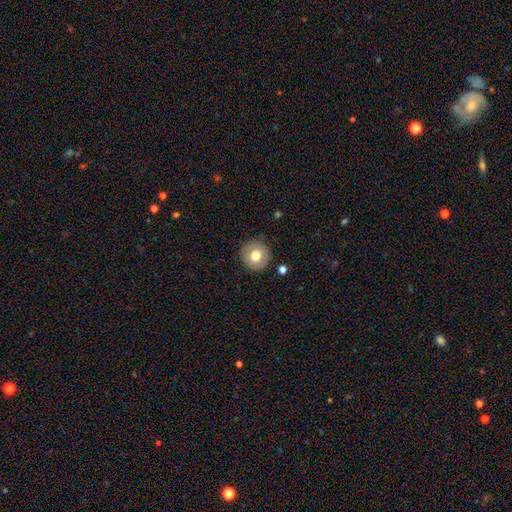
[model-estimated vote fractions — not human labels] A smooth galaxy with no disk features (74%) that is round (93%). Merging: none (89%).